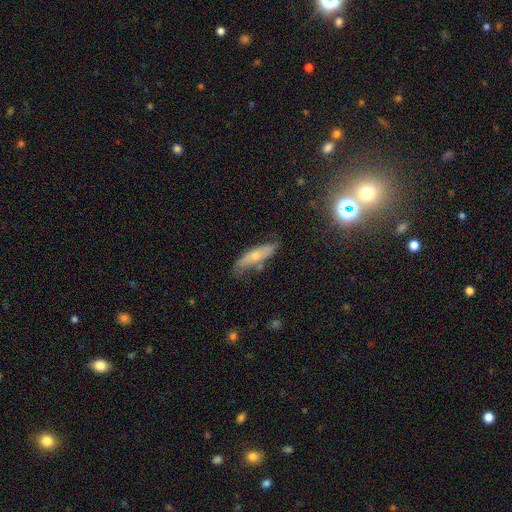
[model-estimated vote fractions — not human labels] smooth-or-featured: smooth: 52% | featured or disk: 41% | star or artifact: 7%
  how-rounded: cigar-shaped: 62% | in between: 36% | round: 2%
  merging: none: 61% | minor disturbance: 26% | merger: 7% | major disturbance: 7%